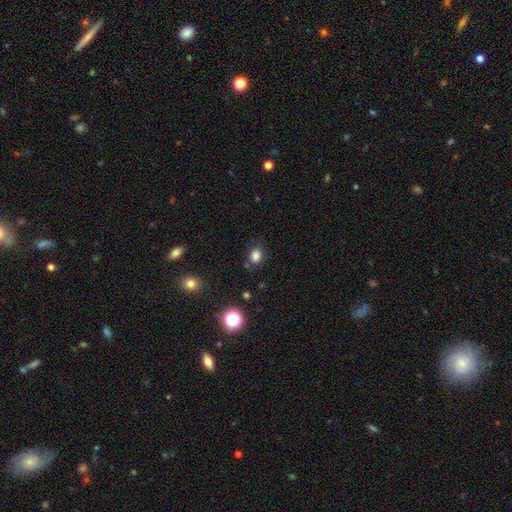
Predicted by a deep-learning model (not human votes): The model was most divided on "how rounded": round: 56%, in between: 44%, cigar-shaped: 1%. More confident: smooth or featured — smooth (80%); merging — none (77%).